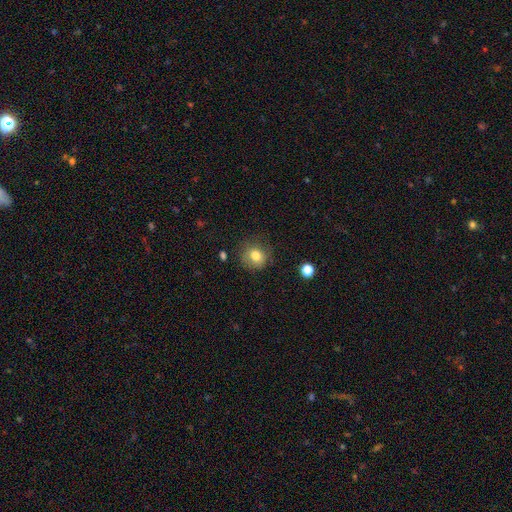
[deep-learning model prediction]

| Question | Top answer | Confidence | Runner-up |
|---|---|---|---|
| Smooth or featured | smooth | 80% | star or artifact (11%) |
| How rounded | round | 85% | in between (14%) |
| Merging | none | 78% | minor disturbance (15%) |